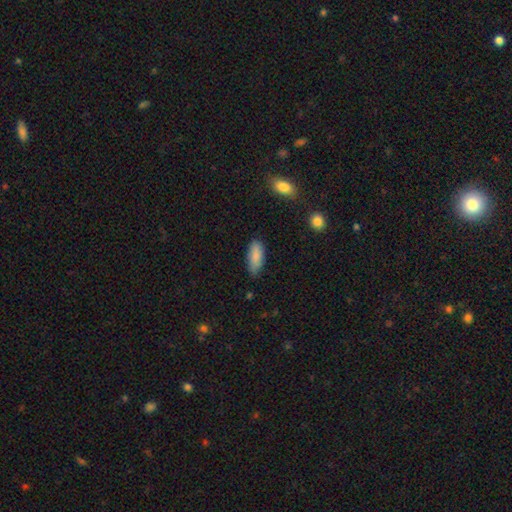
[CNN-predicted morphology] smooth_or_featured: smooth (p=0.85) [alt: featured or disk p=0.09]
how_rounded: in between (p=0.80) [alt: cigar-shaped p=0.18]
merging: none (p=0.71) [alt: minor disturbance p=0.23]